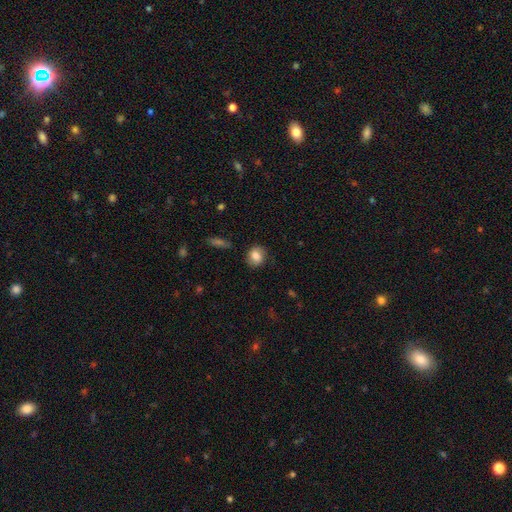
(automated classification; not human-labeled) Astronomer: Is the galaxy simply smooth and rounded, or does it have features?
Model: smooth — 80%.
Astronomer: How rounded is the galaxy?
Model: round — 68%.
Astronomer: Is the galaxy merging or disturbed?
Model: none — 83%.